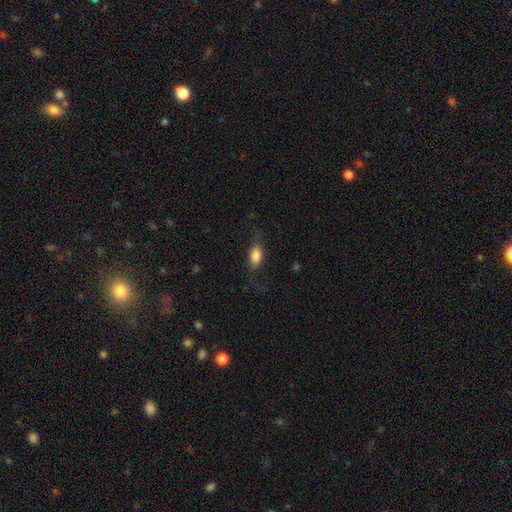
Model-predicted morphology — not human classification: Smooth or featured? Predicted: smooth (p=0.77). How rounded? Predicted: in between (p=0.82). Merging? Predicted: none (p=0.65).